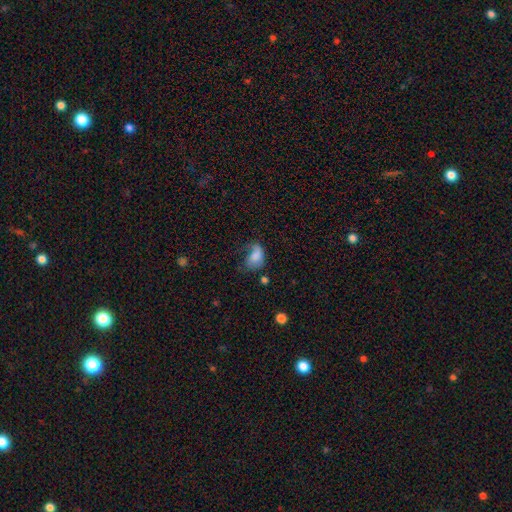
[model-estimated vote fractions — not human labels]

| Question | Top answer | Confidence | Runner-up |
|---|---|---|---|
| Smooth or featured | smooth | 68% | featured or disk (23%) |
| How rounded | in between | 85% | round (13%) |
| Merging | major disturbance | 43% | minor disturbance (26%) |